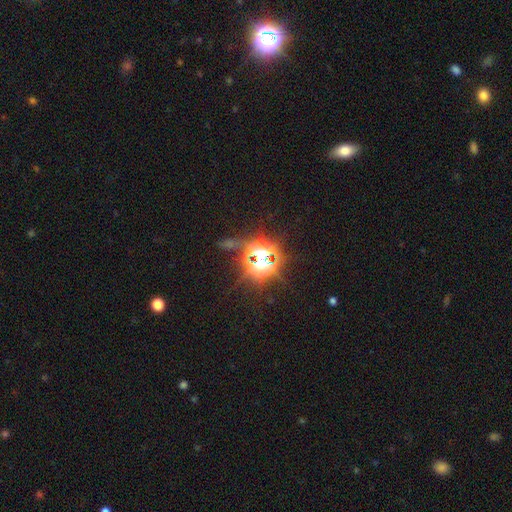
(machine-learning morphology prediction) Smooth or featured?
  - star or artifact: 75% *
  - smooth: 15%
  - featured or disk: 10%